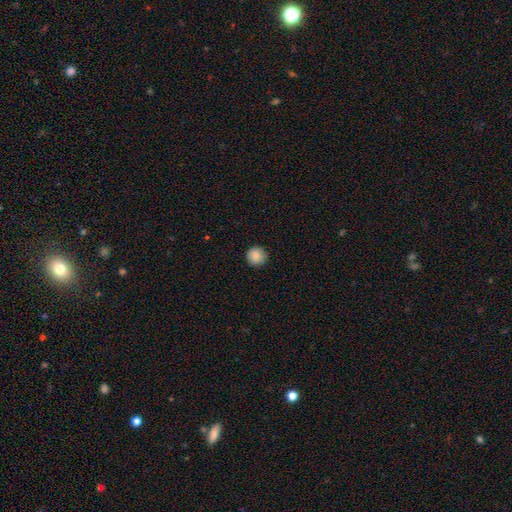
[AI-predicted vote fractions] smooth-or-featured: smooth: 87% | star or artifact: 8% | featured or disk: 5%
  how-rounded: round: 95% | in between: 4% | cigar-shaped: 1%
  merging: none: 91% | minor disturbance: 7% | major disturbance: 2% | merger: 1%